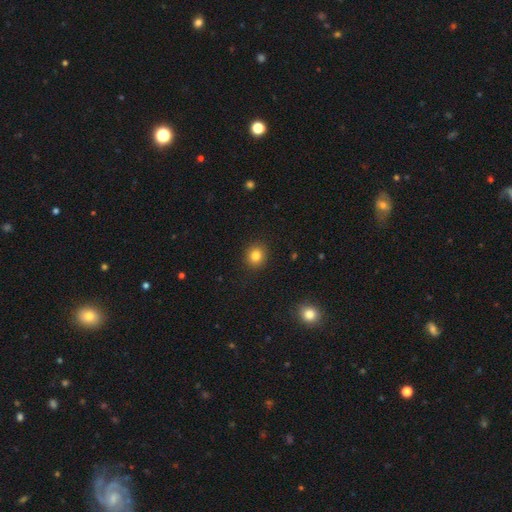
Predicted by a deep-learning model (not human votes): Smooth or featured? smooth (83%)
How rounded? round (85%)
Merging? none (91%)